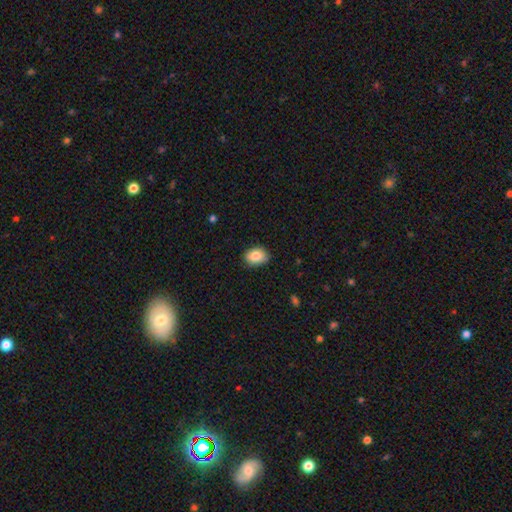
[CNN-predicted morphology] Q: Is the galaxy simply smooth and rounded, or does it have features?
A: smooth — 84%.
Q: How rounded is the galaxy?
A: in between — 71%.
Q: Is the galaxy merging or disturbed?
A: none — 83%.